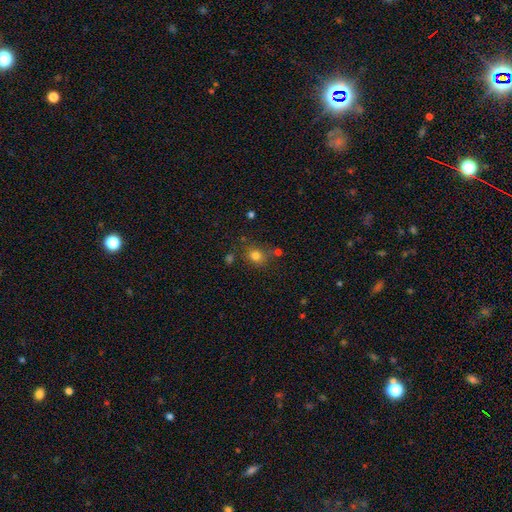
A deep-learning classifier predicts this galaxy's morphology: A smooth galaxy with no disk features (78%) that is round (77%).

Vote fractions:
- Smooth or featured? smooth: 78% / star or artifact: 15% / featured or disk: 7%
- How rounded? round: 77% / in between: 22% / cigar-shaped: 1%
- Merging? none: 72% / minor disturbance: 13% / merger: 10% / major disturbance: 5%